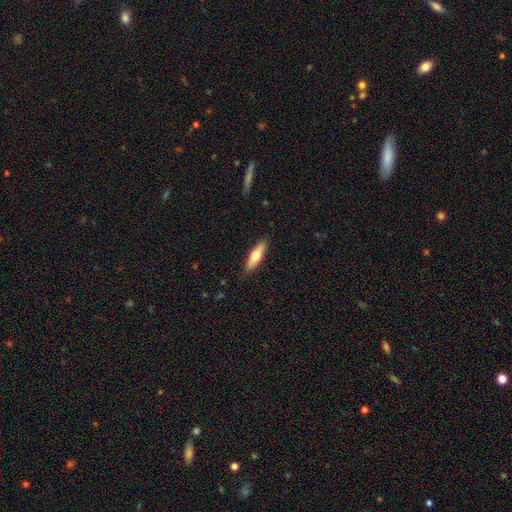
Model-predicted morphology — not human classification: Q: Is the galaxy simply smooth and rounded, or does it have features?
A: smooth — 59%.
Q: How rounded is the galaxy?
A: cigar-shaped — 60%.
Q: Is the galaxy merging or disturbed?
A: none — 89%.